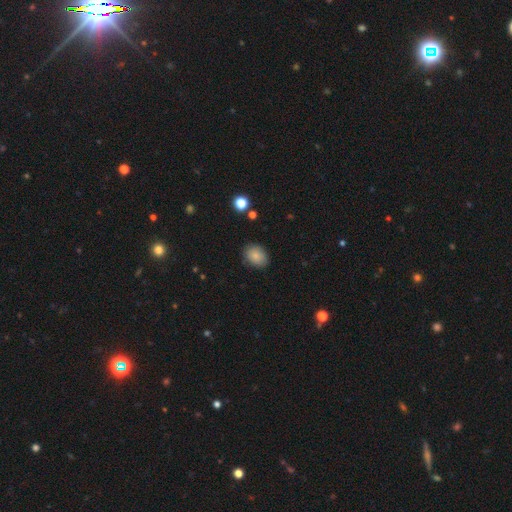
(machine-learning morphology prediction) A smooth galaxy with no disk features (85%) that is in between round and cigar-shaped (68%).

Vote fractions:
- Smooth or featured? smooth: 85% / star or artifact: 9% / featured or disk: 6%
- How rounded? in between: 68% / round: 31% / cigar-shaped: 1%
- Merging? none: 84% / minor disturbance: 12% / major disturbance: 3% / merger: 1%